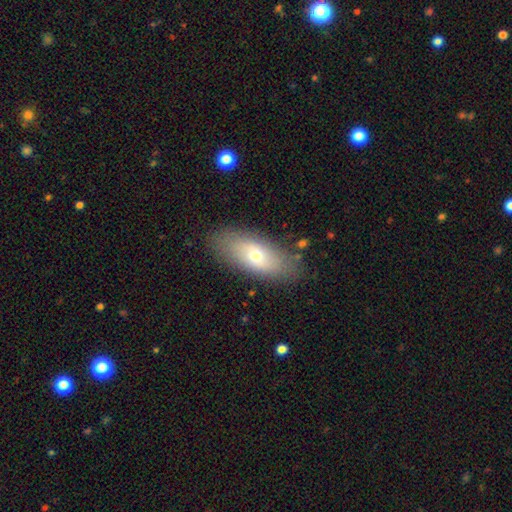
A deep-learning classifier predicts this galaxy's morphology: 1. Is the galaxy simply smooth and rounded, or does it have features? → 63% smooth, 29% featured or disk, 8% star or artifact.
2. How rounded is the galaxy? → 81% in between, 16% cigar-shaped, 4% round.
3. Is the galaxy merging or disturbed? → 84% none, 11% minor disturbance, 4% major disturbance, 2% merger.